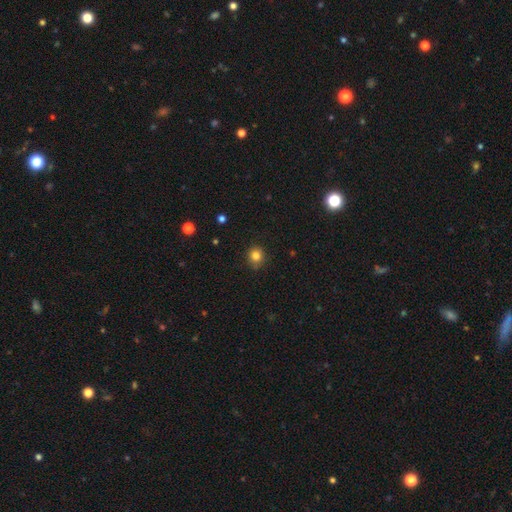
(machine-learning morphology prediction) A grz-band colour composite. It shows a smooth galaxy with no disk features (83%) that is round (86%). Merging: none (86%).